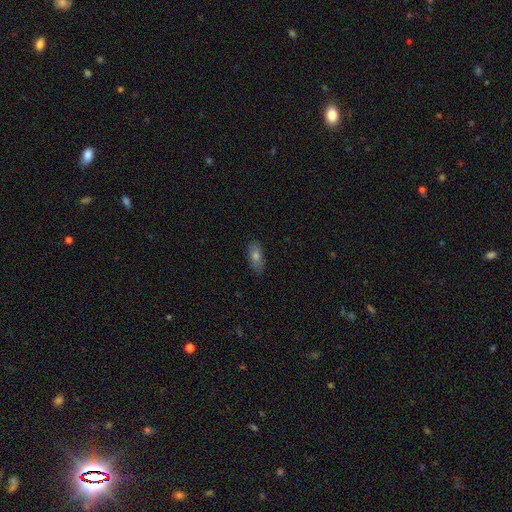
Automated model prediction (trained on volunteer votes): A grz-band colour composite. It shows a smooth galaxy with no disk features (70%) that is in between round and cigar-shaped (80%). Merging: none (84%).